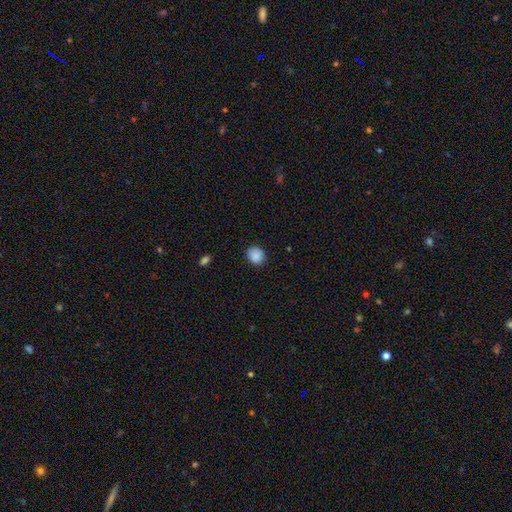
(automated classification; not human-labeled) This is clearly a smooth galaxy (88%). How rounded: likely round (75%). Merging: clearly none (86%).